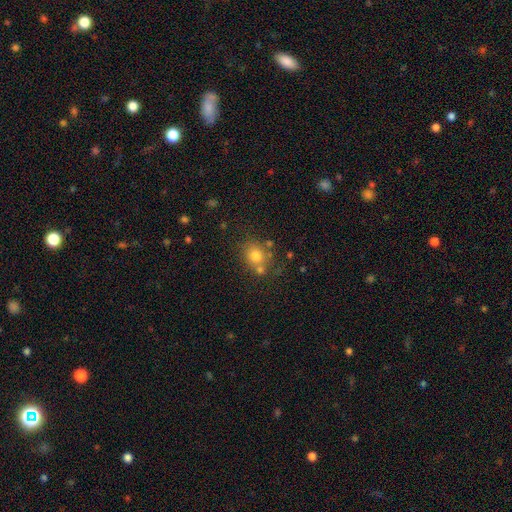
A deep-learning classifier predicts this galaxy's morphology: Overall: smooth (75%). How rounded: round (71%). Merging: none (60%).